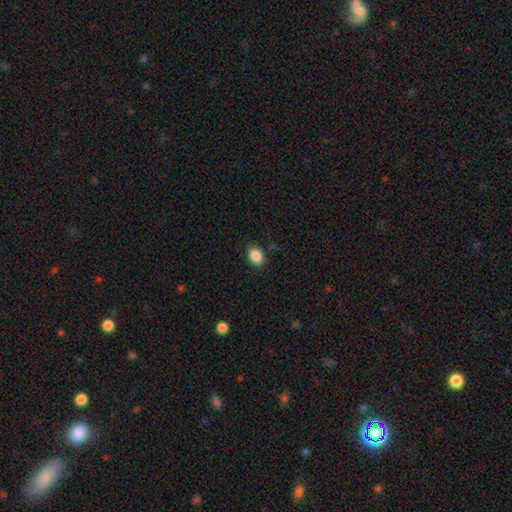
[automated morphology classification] This is clearly a smooth galaxy (88%). How rounded: likely in between (63%). Merging: clearly none (86%).